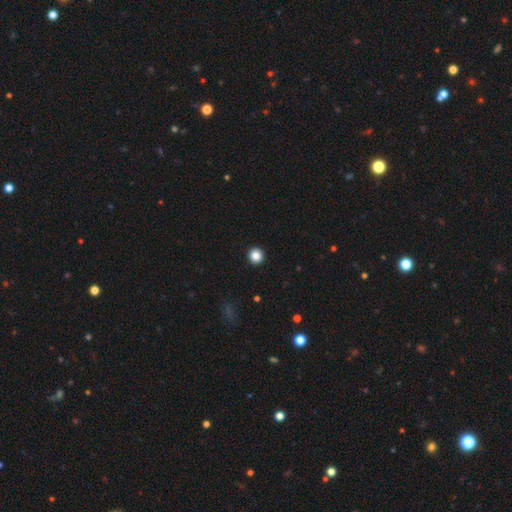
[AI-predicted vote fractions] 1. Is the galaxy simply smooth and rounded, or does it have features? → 85% smooth, 11% star or artifact, 4% featured or disk.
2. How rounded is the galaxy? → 95% round, 4% in between, 1% cigar-shaped.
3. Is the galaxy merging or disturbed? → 94% none, 4% minor disturbance, 1% major disturbance, 1% merger.